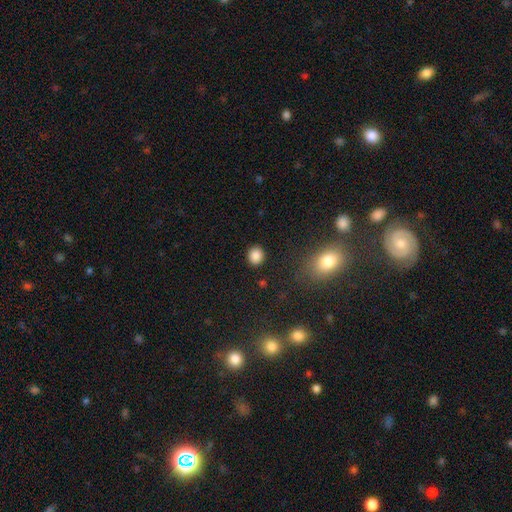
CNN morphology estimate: Smooth or featured: smooth — 86% (star or artifact — 10%)
How rounded: round — 79% (in between — 19%)
Merging: none — 90% (minor disturbance — 7%)